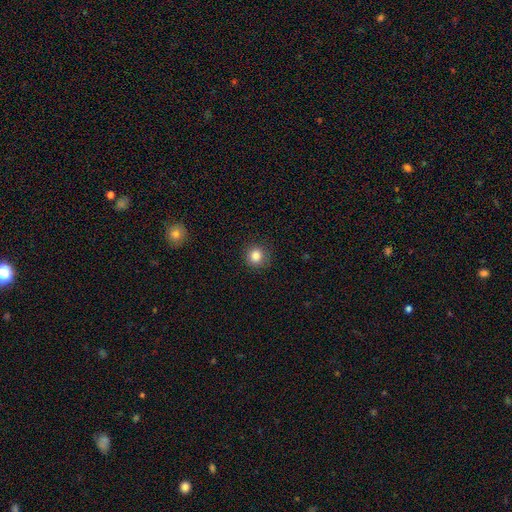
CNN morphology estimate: Overall: smooth (85%). How rounded: round (91%). Merging: none (89%).